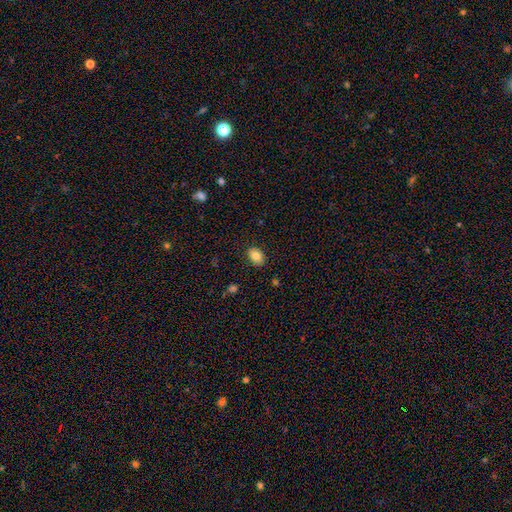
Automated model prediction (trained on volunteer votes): smooth-or-featured: smooth: 84% | star or artifact: 9% | featured or disk: 7%
  how-rounded: in between: 78% | round: 21% | cigar-shaped: 1%
  merging: none: 87% | minor disturbance: 10% | major disturbance: 2% | merger: 1%